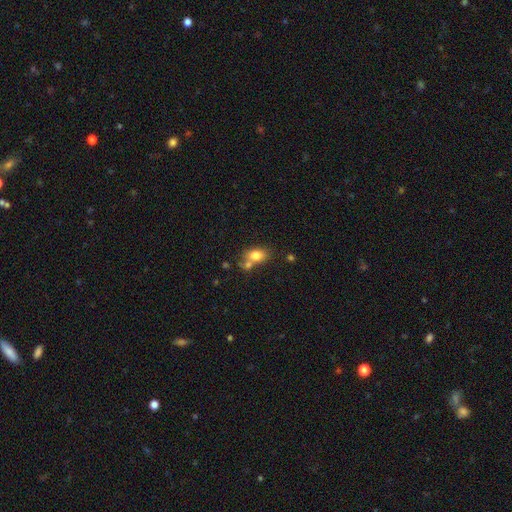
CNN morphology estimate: A smooth galaxy with no disk features (80%) that is in between round and cigar-shaped (70%).

Vote fractions:
- Smooth or featured? smooth: 80% / featured or disk: 11% / star or artifact: 10%
- How rounded? in between: 70% / round: 29% / cigar-shaped: 2%
- Merging? none: 47% / merger: 35% / minor disturbance: 13% / major disturbance: 5%